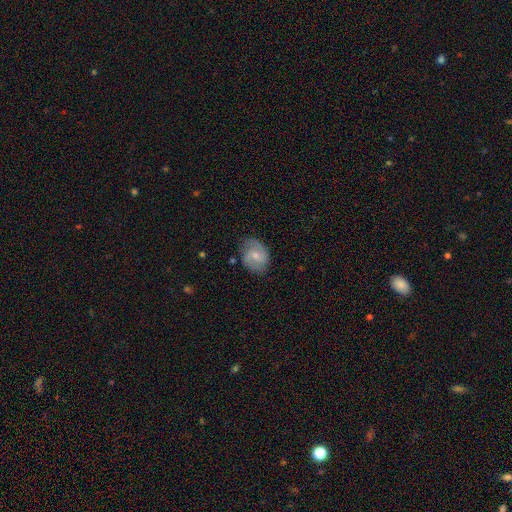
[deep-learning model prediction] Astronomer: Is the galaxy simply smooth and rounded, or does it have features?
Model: featured or disk — 56% (runner-up: smooth, 37%).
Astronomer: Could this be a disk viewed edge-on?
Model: no — 97%.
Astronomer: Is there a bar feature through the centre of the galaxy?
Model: weak — 46% (runner-up: no, 45%).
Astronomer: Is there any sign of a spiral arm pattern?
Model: yes — 84%.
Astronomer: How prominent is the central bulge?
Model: small — 48% (runner-up: moderate, 46%).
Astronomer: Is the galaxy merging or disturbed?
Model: none — 74%.